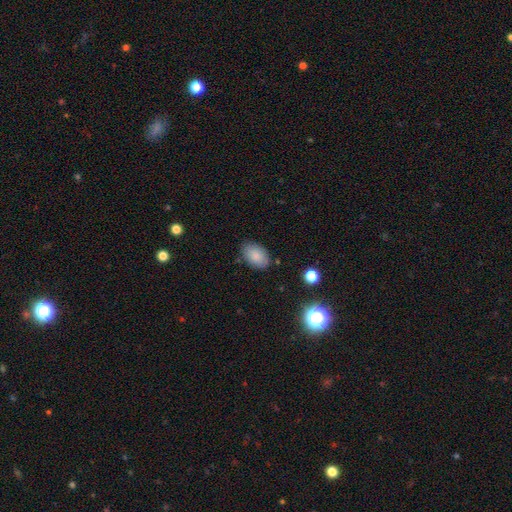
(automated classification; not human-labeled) A smooth galaxy with no disk features (85%) that is in between round and cigar-shaped (90%).

Vote fractions:
- Smooth or featured? smooth: 85% / star or artifact: 8% / featured or disk: 7%
- How rounded? in between: 90% / round: 8% / cigar-shaped: 1%
- Merging? none: 81% / minor disturbance: 14% / major disturbance: 3% / merger: 2%